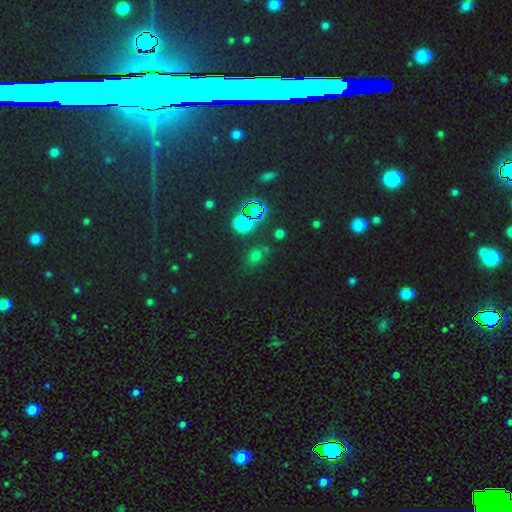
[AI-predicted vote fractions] Smooth or featured? Predicted: smooth (p=0.51). How rounded? Predicted: round (p=0.54). Merging? Predicted: none (p=0.70).